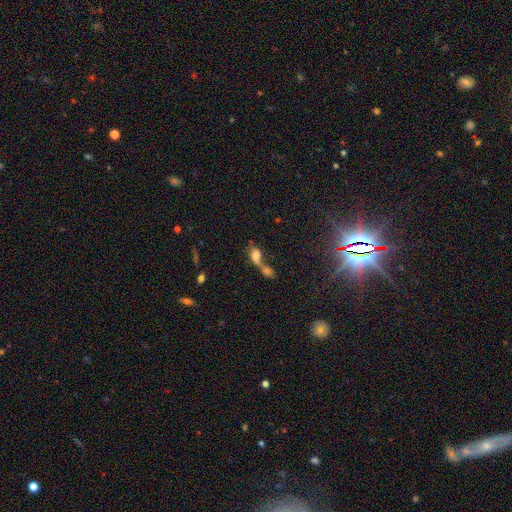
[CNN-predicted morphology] Q: Smooth or featured?
A: smooth (66%); runner-up: featured or disk (20%)
Q: How rounded?
A: in between (68%); runner-up: round (26%)
Q: Merging?
A: merger (72%); runner-up: none (14%)